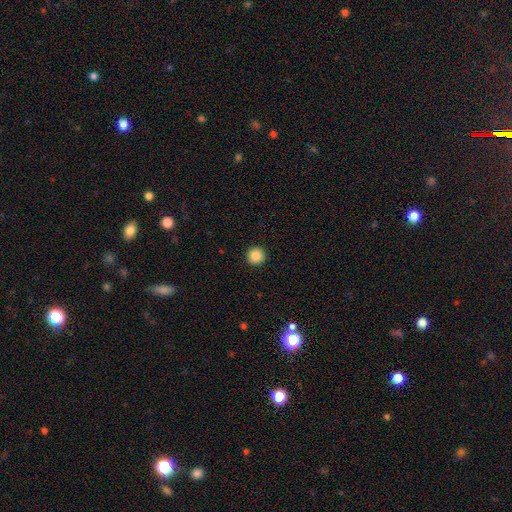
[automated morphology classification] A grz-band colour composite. It shows a smooth galaxy with no disk features (87%) that is round (96%). Merging: none (93%).